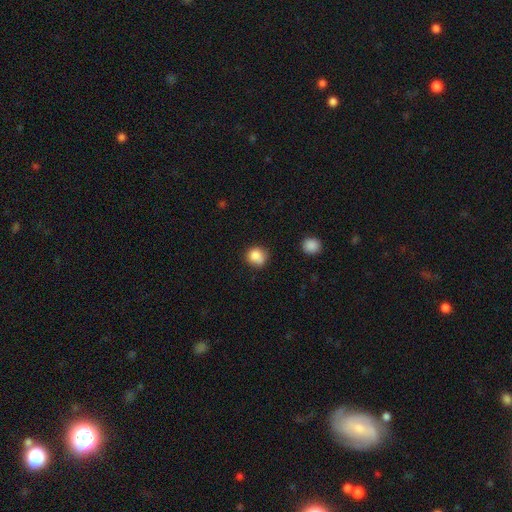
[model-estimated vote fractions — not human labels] This is clearly a smooth galaxy (83%). How rounded: clearly round (81%). Merging: likely none (65%).